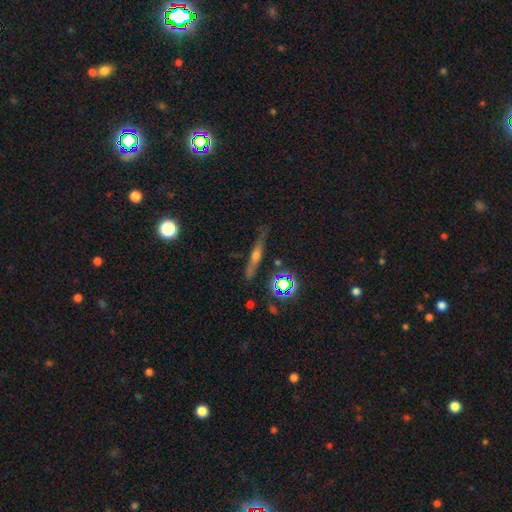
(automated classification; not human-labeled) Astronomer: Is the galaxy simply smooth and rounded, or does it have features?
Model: featured or disk — 54%.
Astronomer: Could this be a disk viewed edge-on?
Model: yes — 92%.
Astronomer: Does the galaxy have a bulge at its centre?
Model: rounded — 77%.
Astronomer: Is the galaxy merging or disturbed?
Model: none — 81%.